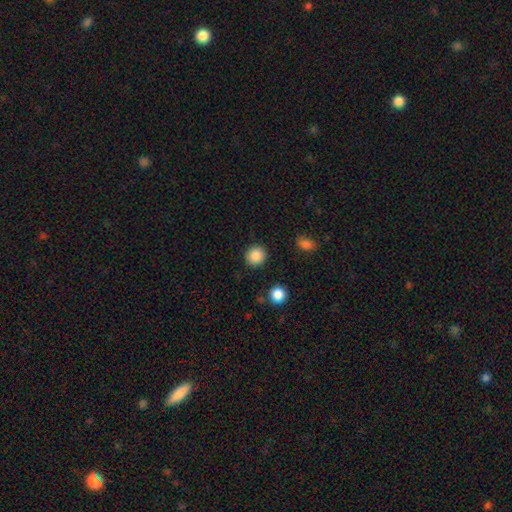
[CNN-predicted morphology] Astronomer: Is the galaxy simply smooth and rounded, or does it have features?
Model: smooth — 88%.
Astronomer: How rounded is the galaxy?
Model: round — 89%.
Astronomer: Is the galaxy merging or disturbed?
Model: none — 90%.